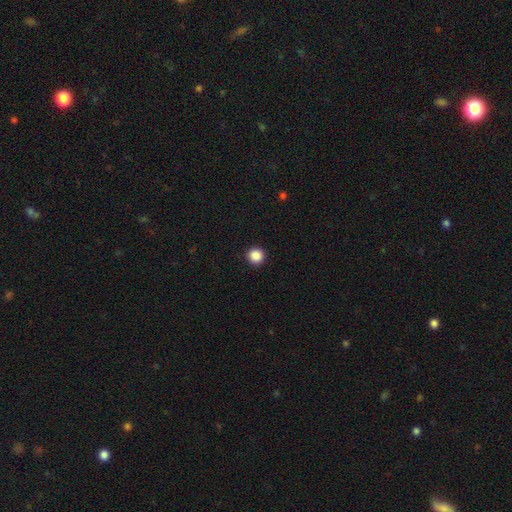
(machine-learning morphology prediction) Q: Smooth or featured?
A: smooth (88%); runner-up: star or artifact (10%)
Q: How rounded?
A: round (96%); runner-up: in between (3%)
Q: Merging?
A: none (93%); runner-up: minor disturbance (4%)